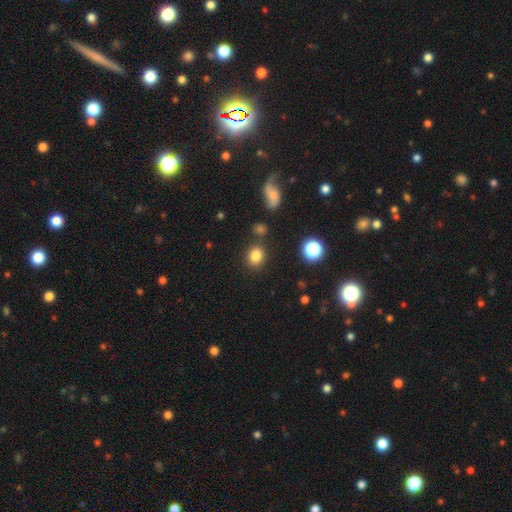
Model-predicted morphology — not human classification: This appears to be a smooth galaxy with no disk features (82%) that is round (70%). Merging: none (82%).